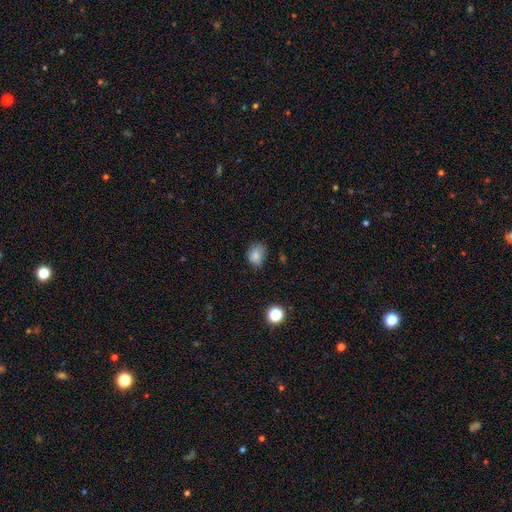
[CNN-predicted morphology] smooth_or_featured: smooth (p=0.82) [alt: star or artifact p=0.11]
how_rounded: in between (p=0.56) [alt: round p=0.43]
merging: none (p=0.63) [alt: minor disturbance p=0.29]